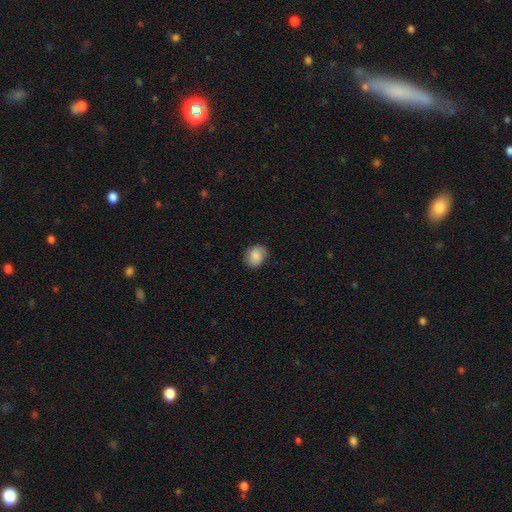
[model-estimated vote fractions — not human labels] Q: Smooth or featured?
A: smooth (82%); runner-up: featured or disk (11%)
Q: How rounded?
A: round (60%); runner-up: in between (39%)
Q: Merging?
A: none (80%); runner-up: minor disturbance (16%)